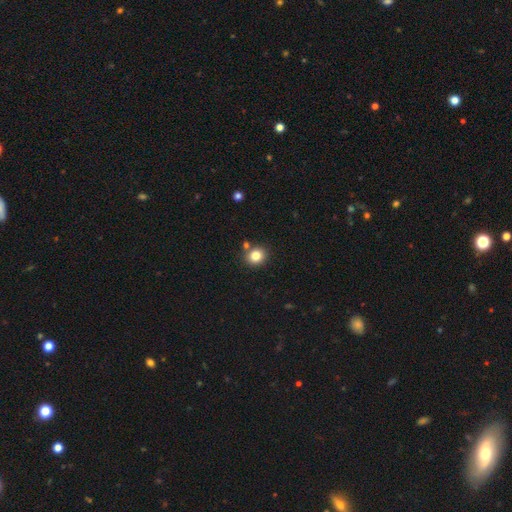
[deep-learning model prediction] Smooth or featured? Predicted: smooth (p=0.82). How rounded? Predicted: round (p=0.78). Merging? Predicted: none (p=0.79).